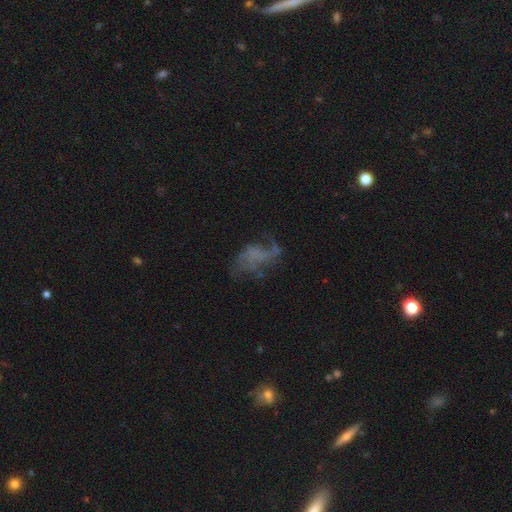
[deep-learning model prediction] Smooth or featured? featured or disk (61%)
Edge-on disk? no (97%)
Bar? no (76%)
Spiral arms? yes (58%)
Bulge size? none (80%)
Merging? none (40%)